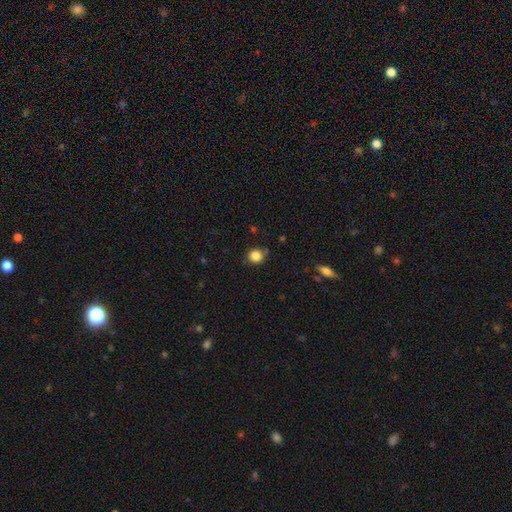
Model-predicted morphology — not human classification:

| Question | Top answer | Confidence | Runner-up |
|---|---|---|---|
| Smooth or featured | smooth | 84% | star or artifact (11%) |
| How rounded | round | 86% | in between (13%) |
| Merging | none | 74% | minor disturbance (20%) |